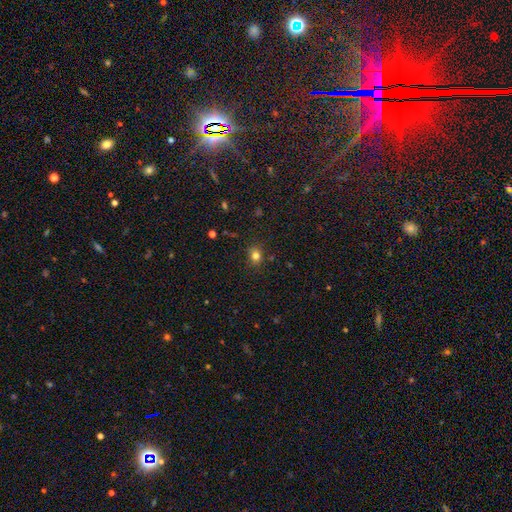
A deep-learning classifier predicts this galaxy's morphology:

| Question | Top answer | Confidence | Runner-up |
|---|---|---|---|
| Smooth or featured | smooth | 79% | star or artifact (15%) |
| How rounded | round | 67% | in between (32%) |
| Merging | none | 84% | minor disturbance (12%) |